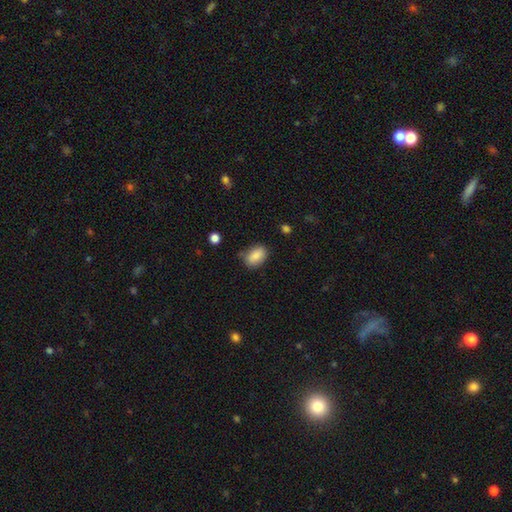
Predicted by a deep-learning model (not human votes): Smooth or featured? smooth (86%)
How rounded? in between (86%)
Merging? none (72%)